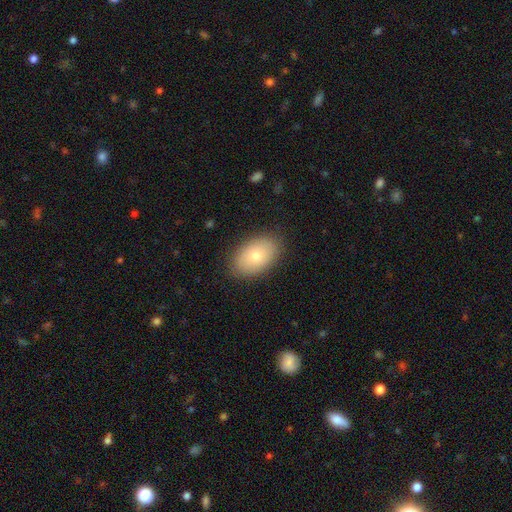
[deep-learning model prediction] Morphology: type=smooth (75%); roundness=in between (89%); merging=none (86%).